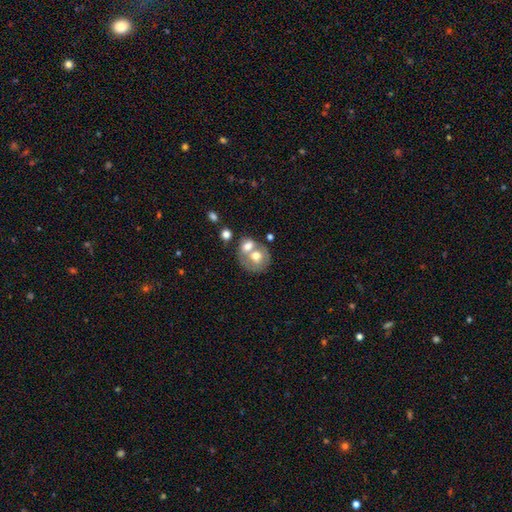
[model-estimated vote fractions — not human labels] Smooth or featured? smooth (57%)
How rounded? round (72%)
Merging? merger (53%)